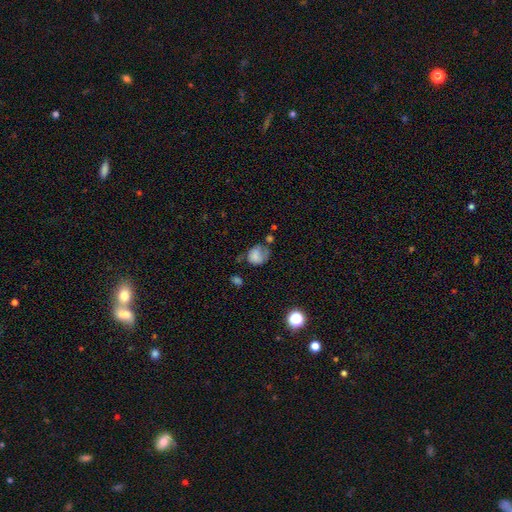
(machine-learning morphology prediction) Overall: smooth (69%). How rounded: round (59%; in between 40%). Merging: none (34%; minor disturbance 32%).